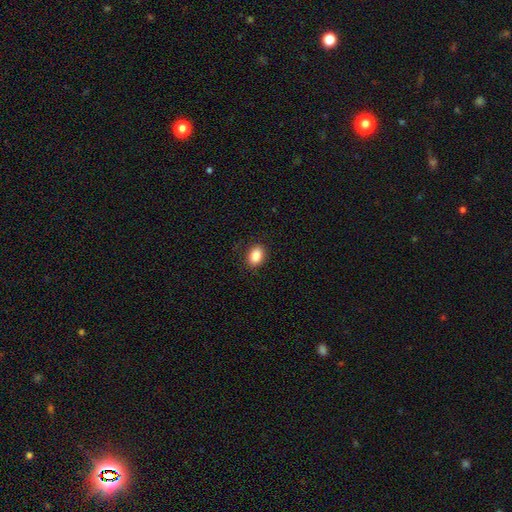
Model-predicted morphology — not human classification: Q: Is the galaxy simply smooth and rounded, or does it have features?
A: smooth — 88%.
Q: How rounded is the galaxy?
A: in between — 77%.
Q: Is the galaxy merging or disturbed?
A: none — 87%.